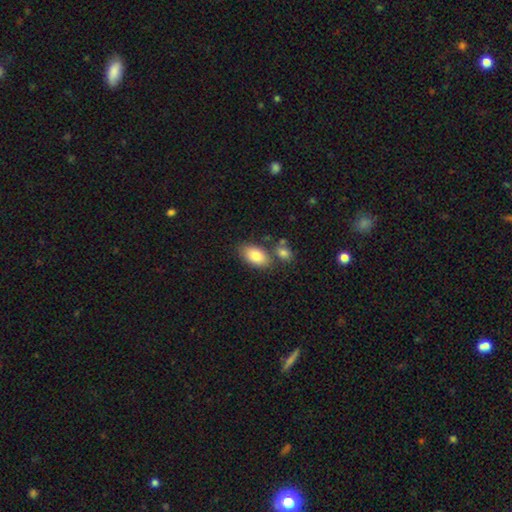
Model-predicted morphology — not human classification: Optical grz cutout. It shows a smooth galaxy with no disk features (83%) that is in between round and cigar-shaped (92%). Merging: none (67%).